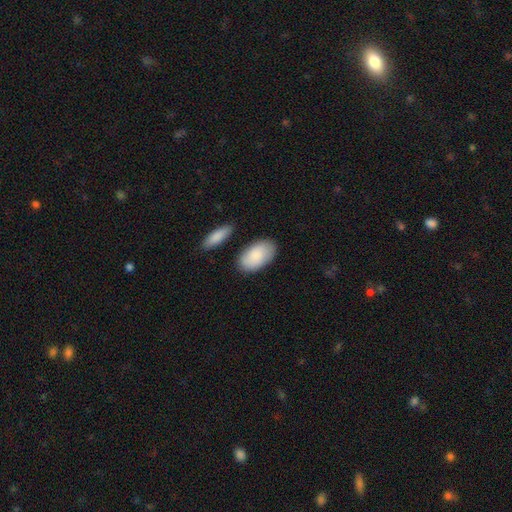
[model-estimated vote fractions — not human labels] The model was most divided on "merging": none: 79%, minor disturbance: 13%, merger: 5%, major disturbance: 3%. More confident: how rounded — in between (95%); smooth or featured — smooth (87%).